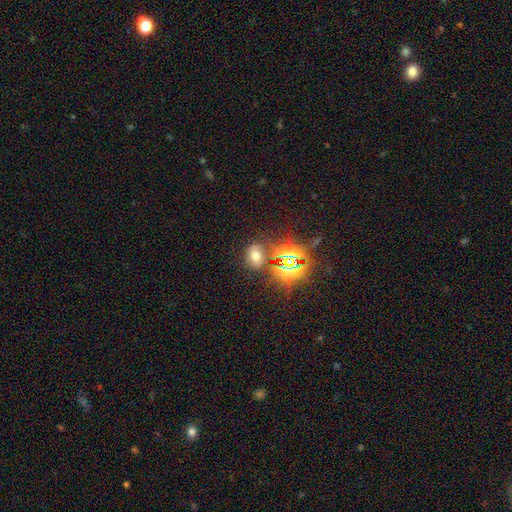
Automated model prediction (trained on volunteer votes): Smooth or featured?
  - smooth: 49% *
  - star or artifact: 37%
  - featured or disk: 14%
Merging?
  - none: 76% *
  - minor disturbance: 12%
  - merger: 6%
  - major disturbance: 5%